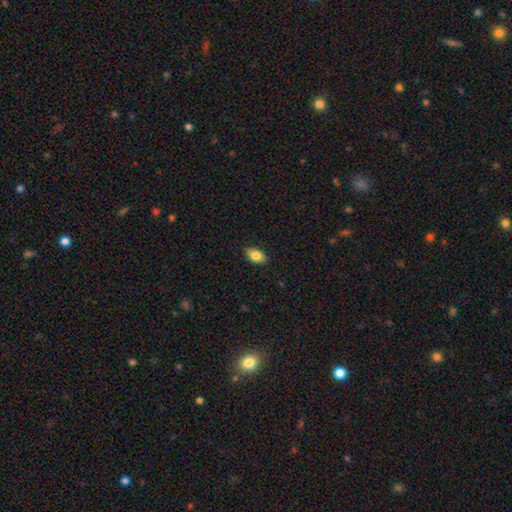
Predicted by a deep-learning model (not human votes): A smooth galaxy with no disk features (83%) that is in between round and cigar-shaped (89%).

Vote fractions:
- Smooth or featured? smooth: 83% / featured or disk: 10% / star or artifact: 8%
- How rounded? in between: 89% / round: 9% / cigar-shaped: 2%
- Merging? none: 87% / minor disturbance: 10% / major disturbance: 2% / merger: 1%